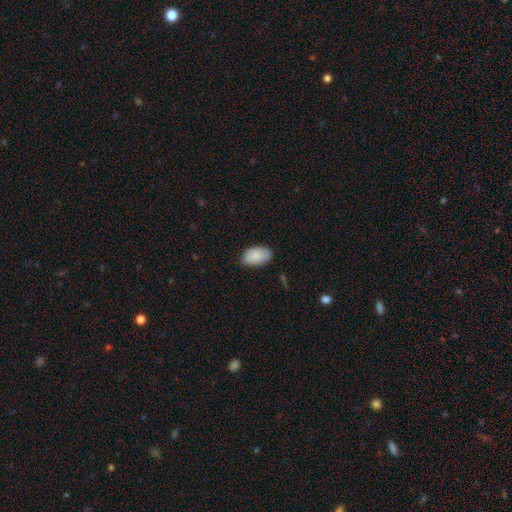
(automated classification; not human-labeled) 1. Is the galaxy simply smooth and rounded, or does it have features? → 88% smooth, 6% star or artifact, 5% featured or disk.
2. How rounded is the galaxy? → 93% in between, 6% round, 1% cigar-shaped.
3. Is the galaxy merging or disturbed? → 80% none, 16% minor disturbance, 3% major disturbance, 1% merger.